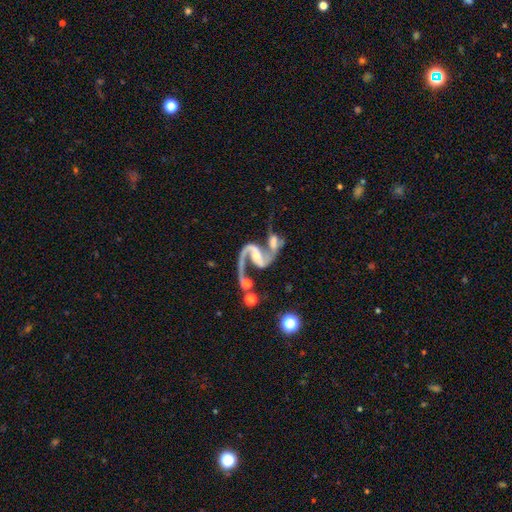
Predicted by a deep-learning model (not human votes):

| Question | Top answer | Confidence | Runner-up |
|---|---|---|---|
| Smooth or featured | featured or disk | 90% | star or artifact (5%) |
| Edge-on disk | no | 98% | yes (2%) |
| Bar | weak | 36% | strong (35%) |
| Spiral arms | yes | 97% | no (3%) |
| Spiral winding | loose | 56% | medium (36%) |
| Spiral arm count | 2 | 86% | 1 (9%) |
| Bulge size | small | 48% | moderate (34%) |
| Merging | merger | 48% | none (25%) |